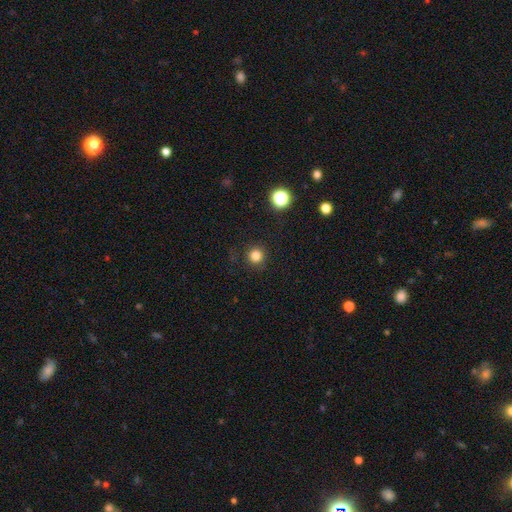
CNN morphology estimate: type=smooth (82%); roundness=round (95%); merging=none (90%).